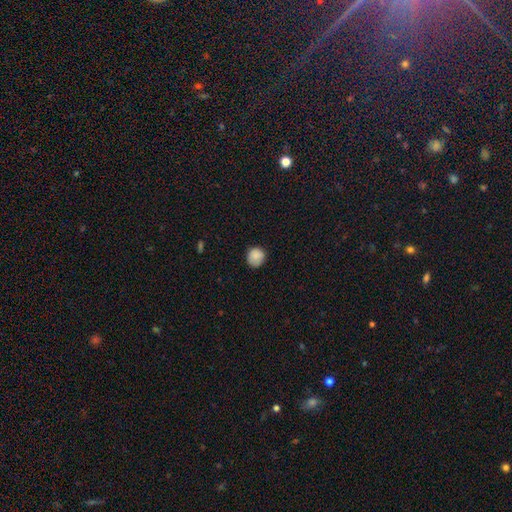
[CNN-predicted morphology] A smooth galaxy with no disk features (86%) that is round (86%). Merging: none (80%).